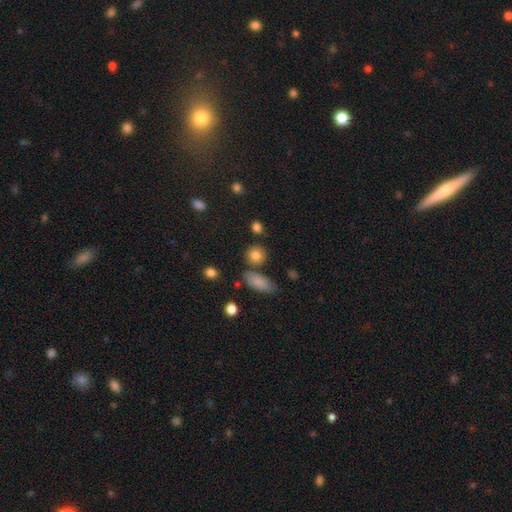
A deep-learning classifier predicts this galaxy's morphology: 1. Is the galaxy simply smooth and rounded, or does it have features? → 83% smooth, 10% star or artifact, 7% featured or disk.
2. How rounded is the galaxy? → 82% round, 16% in between, 2% cigar-shaped.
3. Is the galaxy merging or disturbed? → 78% none, 11% minor disturbance, 8% merger, 3% major disturbance.